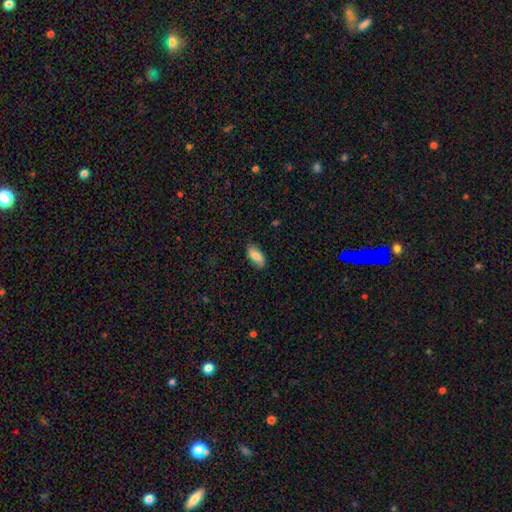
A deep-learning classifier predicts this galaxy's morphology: A smooth galaxy with no disk features (83%) that is in between round and cigar-shaped (87%). Merging: none (82%).